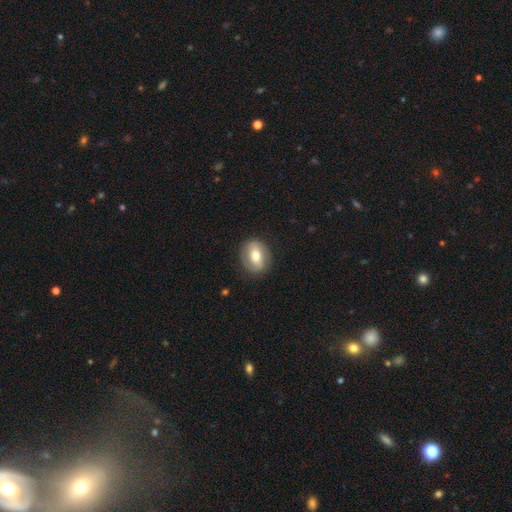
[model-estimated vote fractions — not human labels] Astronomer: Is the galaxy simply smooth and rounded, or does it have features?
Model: smooth — 49% (runner-up: featured or disk, 44%).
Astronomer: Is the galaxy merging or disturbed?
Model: none — 82%.